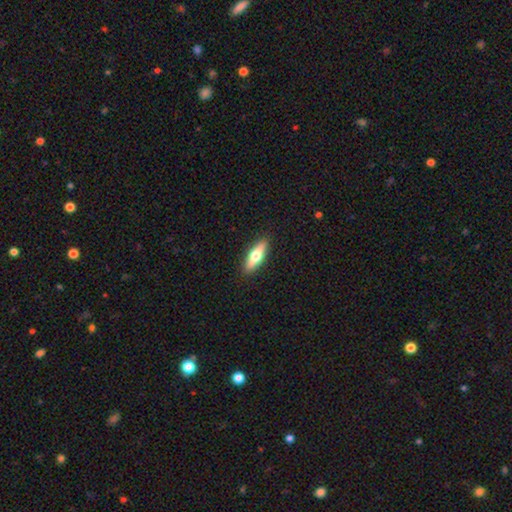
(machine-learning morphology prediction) Overall: smooth (48%; featured or disk 46%). Merging: none (90%).